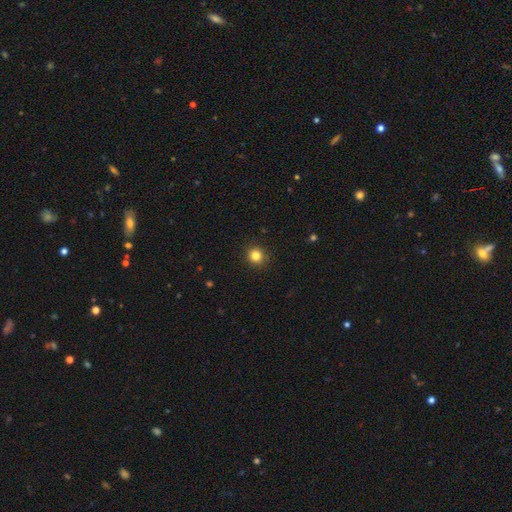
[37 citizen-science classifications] Smooth or featured? 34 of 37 (92%) said smooth. How rounded? 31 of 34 (91%) said round. Merging? 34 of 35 (97%) said none.